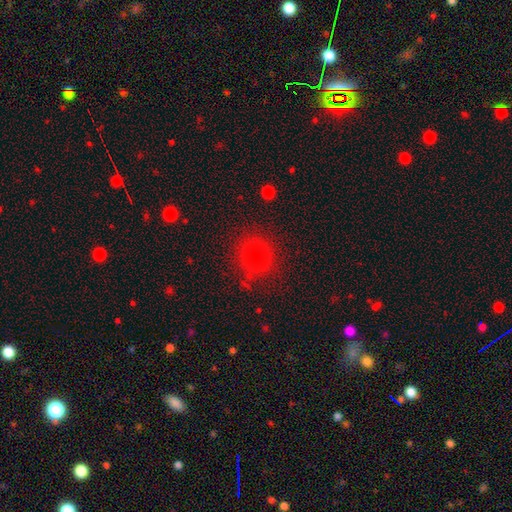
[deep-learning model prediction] This appears to be a smooth galaxy with no disk features (75%) that is round (89%). Merging: none (84%).